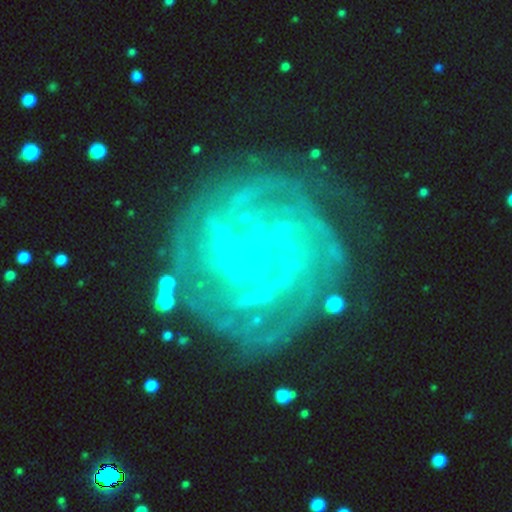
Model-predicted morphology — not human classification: smooth-or-featured: featured or disk: 90% | star or artifact: 6% | smooth: 4%
  disk-edge-on: no: 98% | yes: 2%
    bar: no: 77% | weak: 16% | strong: 7%
    has-spiral-arms: yes: 98% | no: 2%
      spiral-winding: tight: 80% | medium: 17% | loose: 3%
      spiral-arm-count: 4: 21% | can't tell: 20% | 3: 18% | 2: 17% | more than 4: 15% | 1: 8%
    bulge-size: small: 87% | none: 5% | moderate: 5% | large: 1% | dominant: 1%
  merging: none: 75% | minor disturbance: 16% | major disturbance: 7% | merger: 2%